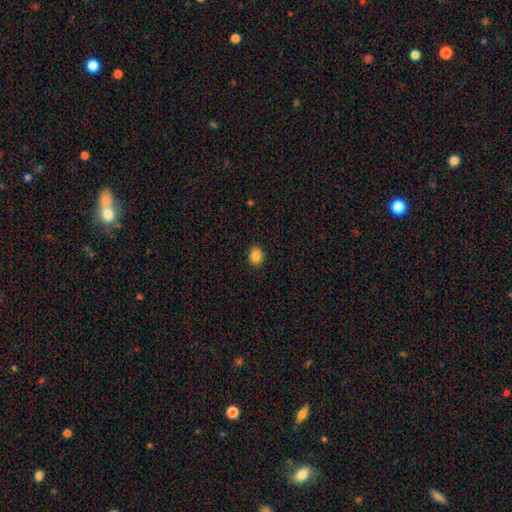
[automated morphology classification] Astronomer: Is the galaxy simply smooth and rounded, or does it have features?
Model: smooth — 87%.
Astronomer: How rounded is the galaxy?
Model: in between — 51% (runner-up: round, 48%).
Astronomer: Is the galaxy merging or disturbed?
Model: none — 90%.